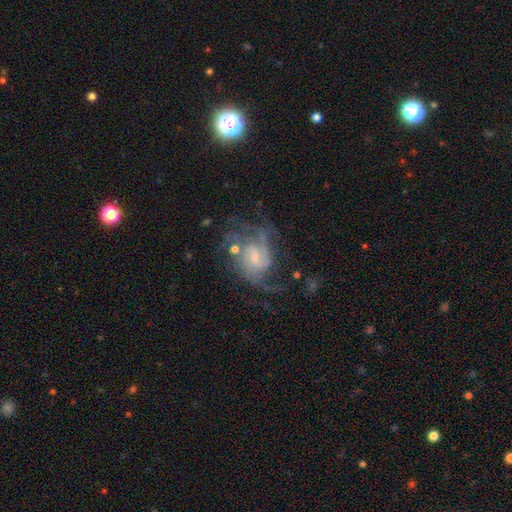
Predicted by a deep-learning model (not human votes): Smooth or featured? featured or disk (82%)
Edge-on disk? no (97%)
Bar? weak (50%)
Spiral arms? yes (92%)
Spiral winding? medium (45%)
Spiral arm count? 2 (31%)
Bulge size? small (58%)
Merging? none (48%)